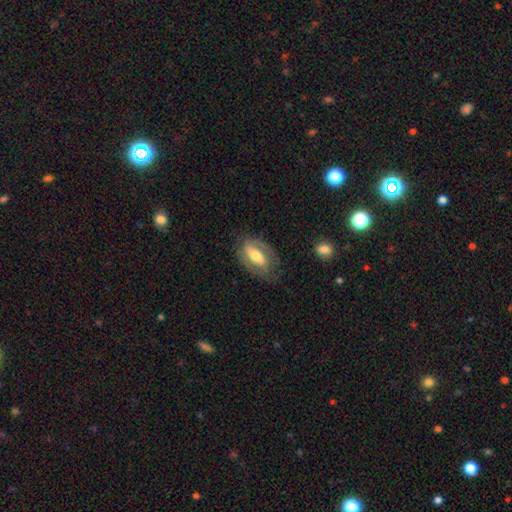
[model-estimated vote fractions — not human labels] Smooth or featured: featured or disk — 64% (smooth — 30%)
Edge-on disk: no — 91% (yes — 9%)
Bar: strong — 43% (weak — 31%)
Spiral arms: yes — 68% (no — 32%)
Bulge size: moderate — 64% (small — 19%)
Merging: none — 67% (minor disturbance — 20%)